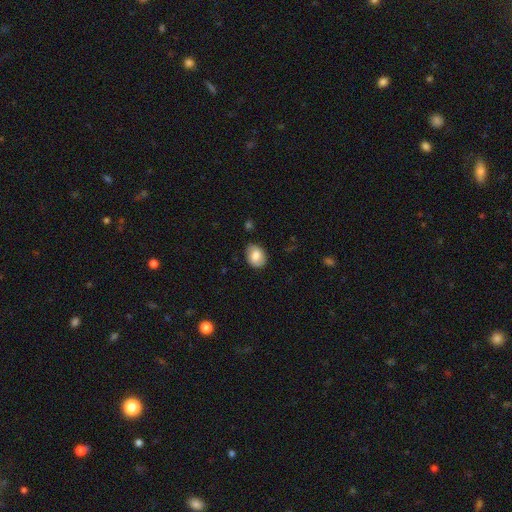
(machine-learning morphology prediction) smooth 75%, featured or disk 18%, star or artifact 7%. Down the decision tree: how rounded — in between (66%); merging — none (78%).